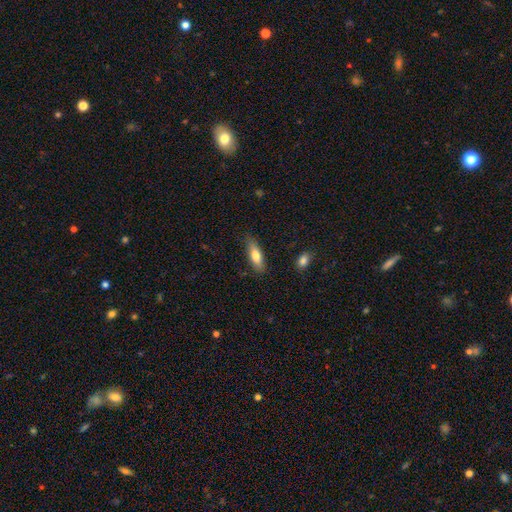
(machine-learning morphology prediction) This appears to be a smooth galaxy with no disk features (75%) that is in between round and cigar-shaped (50%). Merging: none (83%).